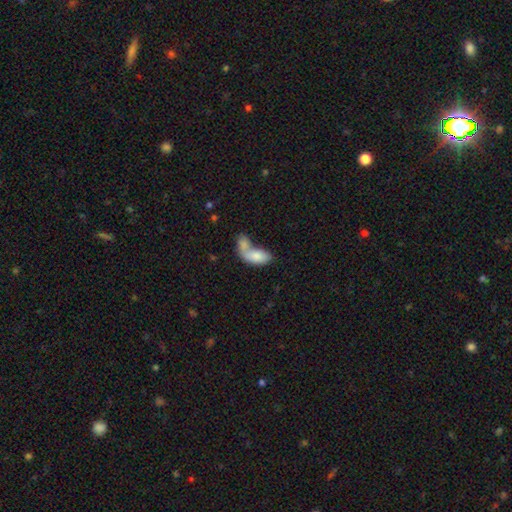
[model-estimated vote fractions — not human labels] Overall: smooth (78%). How rounded: in between (90%). Merging: merger (69%).